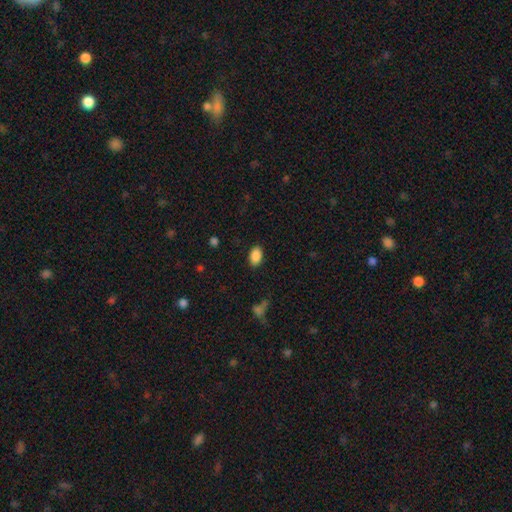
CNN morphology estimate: This is clearly a smooth galaxy (89%). How rounded: clearly in between (90%). Merging: clearly none (87%).